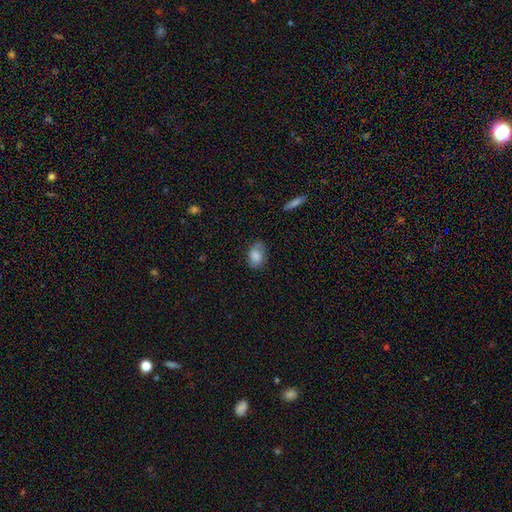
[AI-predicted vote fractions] Q: Smooth or featured?
A: smooth (82%); runner-up: featured or disk (10%)
Q: How rounded?
A: in between (82%); runner-up: round (17%)
Q: Merging?
A: none (69%); runner-up: minor disturbance (24%)